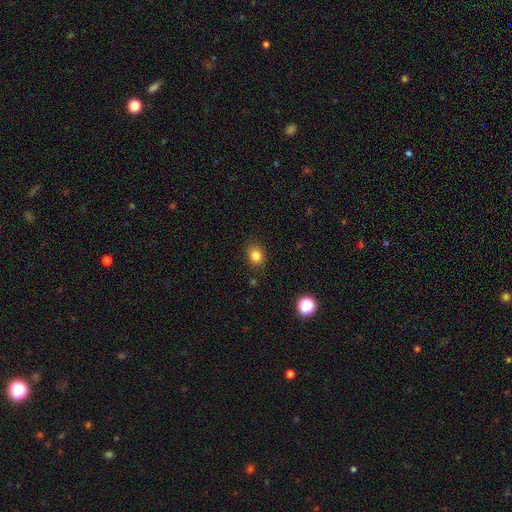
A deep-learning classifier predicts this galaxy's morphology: Q: Smooth or featured?
A: smooth (83%); runner-up: star or artifact (12%)
Q: How rounded?
A: round (57%); runner-up: in between (42%)
Q: Merging?
A: none (85%); runner-up: minor disturbance (11%)